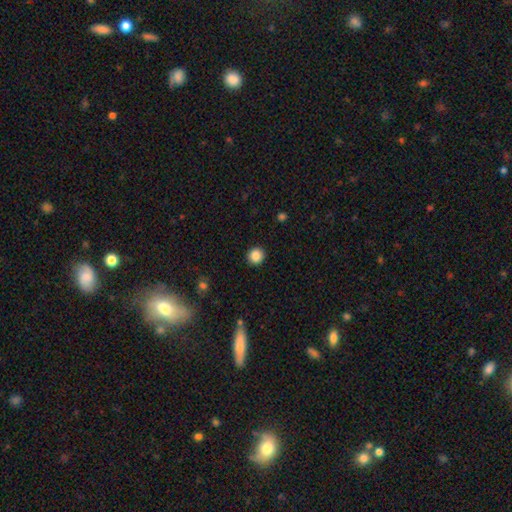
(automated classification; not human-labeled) The model was most divided on "smooth or featured": smooth: 86%, star or artifact: 10%, featured or disk: 4%. More confident: how rounded — round (94%); merging — none (93%).